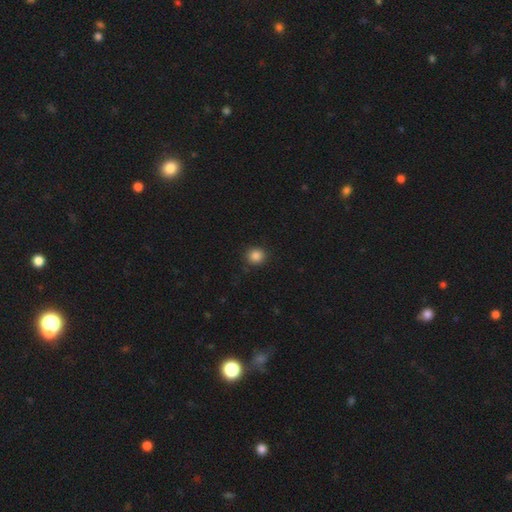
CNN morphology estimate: This is clearly a smooth galaxy (86%). How rounded: clearly round (89%). Merging: clearly none (90%).